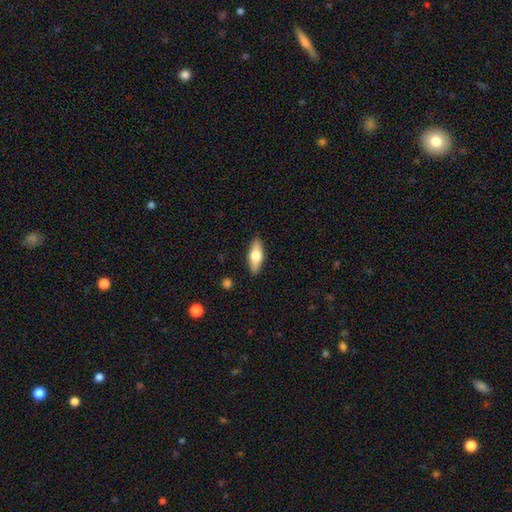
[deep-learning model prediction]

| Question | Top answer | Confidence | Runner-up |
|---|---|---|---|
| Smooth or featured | smooth | 55% | featured or disk (39%) |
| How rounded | in between | 66% | cigar-shaped (31%) |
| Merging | none | 88% | minor disturbance (9%) |